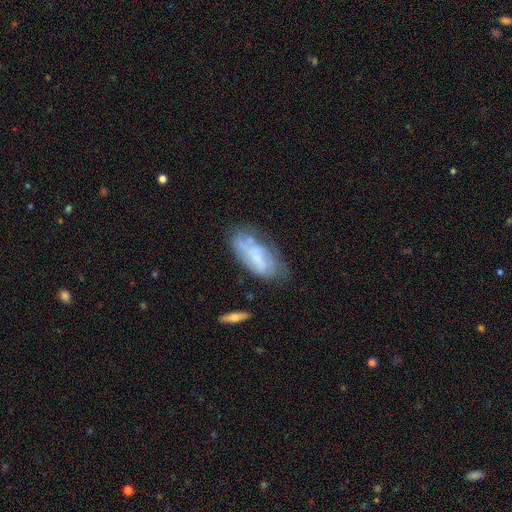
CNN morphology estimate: smooth-or-featured: smooth: 50% | featured or disk: 42% | star or artifact: 8%
  merging: none: 49% | minor disturbance: 31% | major disturbance: 14% | merger: 6%